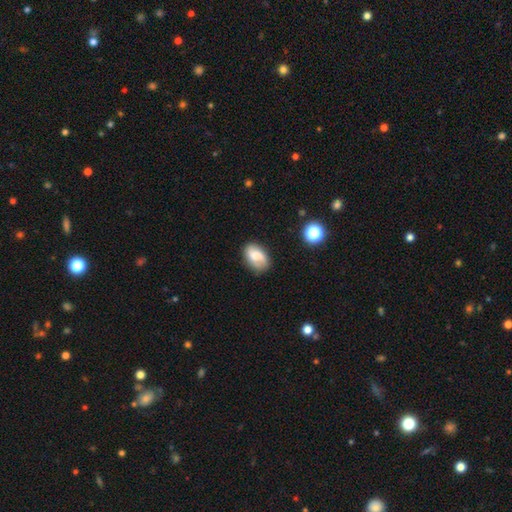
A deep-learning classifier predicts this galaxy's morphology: Q: Smooth or featured?
A: smooth (69%); runner-up: featured or disk (22%)
Q: How rounded?
A: in between (88%); runner-up: round (11%)
Q: Merging?
A: none (70%); runner-up: minor disturbance (21%)